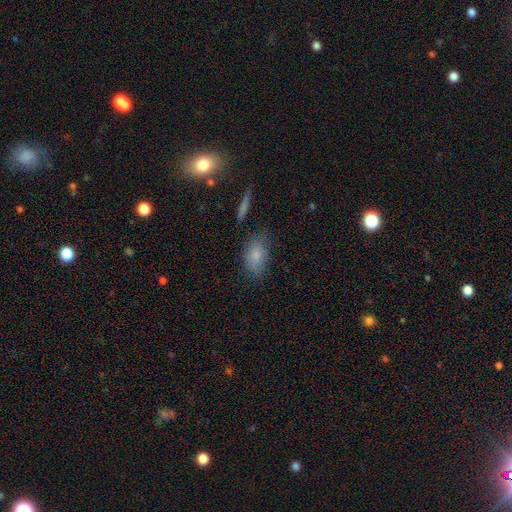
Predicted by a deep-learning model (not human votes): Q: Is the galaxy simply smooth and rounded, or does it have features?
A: smooth — 81%.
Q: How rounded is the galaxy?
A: in between — 89%.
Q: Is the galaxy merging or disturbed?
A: none — 75%.